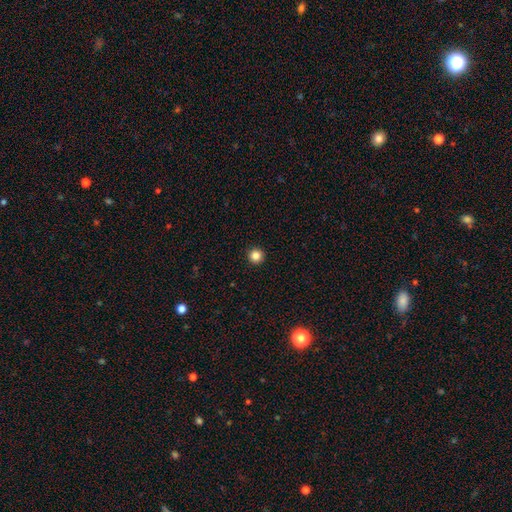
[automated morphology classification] Overall: smooth (85%). How rounded: round (97%). Merging: none (94%).